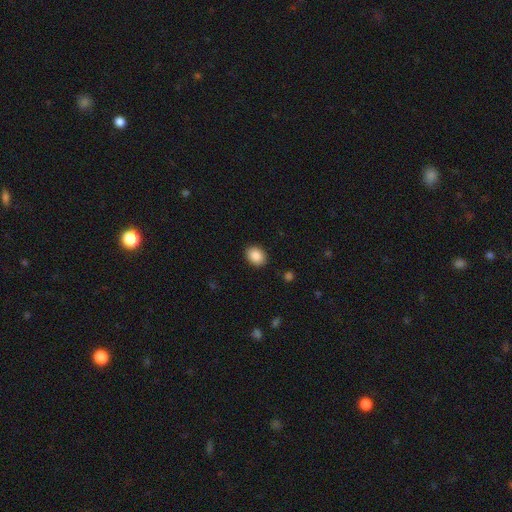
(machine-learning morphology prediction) type=smooth (88%); roundness=in between (65%); merging=none (90%).